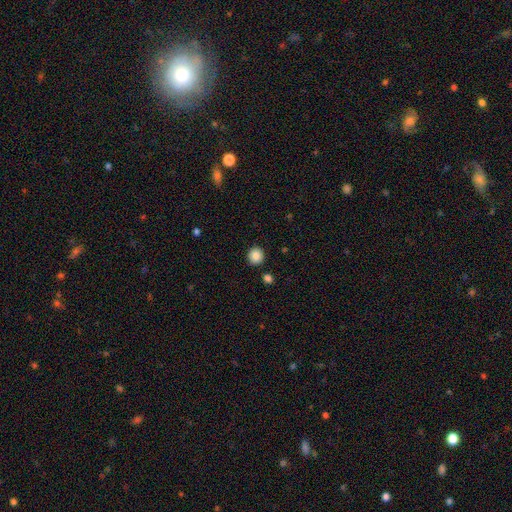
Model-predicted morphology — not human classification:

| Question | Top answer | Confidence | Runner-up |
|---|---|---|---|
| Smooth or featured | smooth | 83% | star or artifact (9%) |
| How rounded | round | 92% | in between (7%) |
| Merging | none | 90% | minor disturbance (6%) |